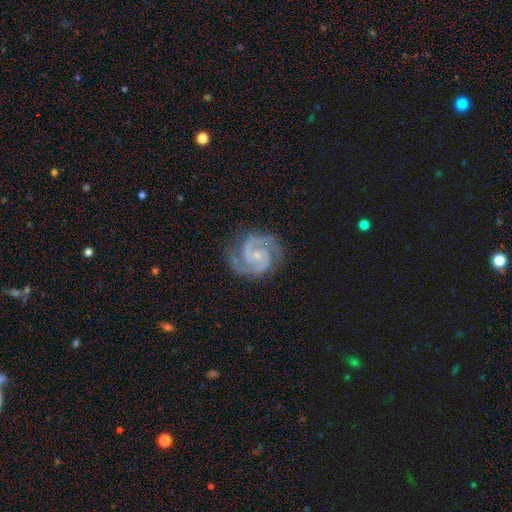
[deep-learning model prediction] Smooth or featured: featured or disk — 93% (star or artifact — 4%)
Edge-on disk: no — 98% (yes — 2%)
Bar: no — 63% (weak — 30%)
Spiral arms: yes — 99% (no — 1%)
Spiral winding: tight — 53% (medium — 42%)
Spiral arm count: 2 — 84% (3 — 10%)
Bulge size: small — 72% (moderate — 22%)
Merging: none — 77% (minor disturbance — 16%)